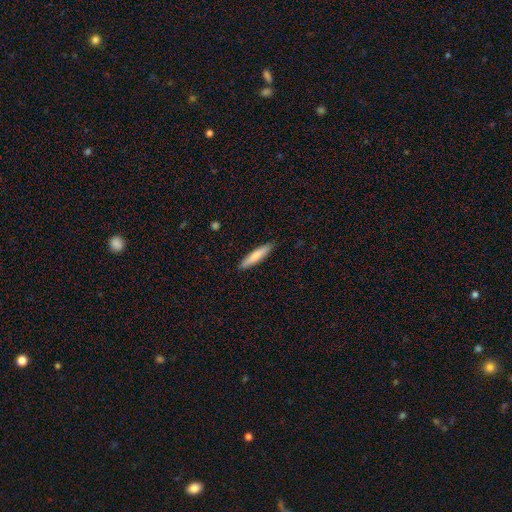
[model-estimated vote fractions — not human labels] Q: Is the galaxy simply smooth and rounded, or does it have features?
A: smooth — 73%.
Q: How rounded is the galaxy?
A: cigar-shaped — 86%.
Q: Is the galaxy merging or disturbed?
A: none — 90%.